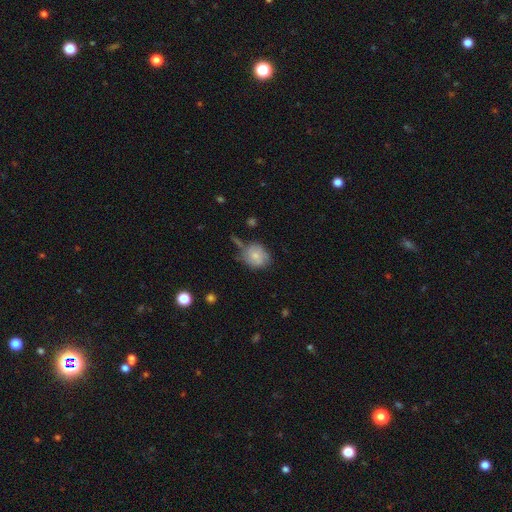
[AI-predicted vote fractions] Smooth or featured?
  - smooth: 74% *
  - featured or disk: 18%
  - star or artifact: 8%
How rounded?
  - round: 71% *
  - in between: 28%
  - cigar-shaped: 1%
Merging?
  - none: 55% *
  - minor disturbance: 27%
  - merger: 9%
  - major disturbance: 9%